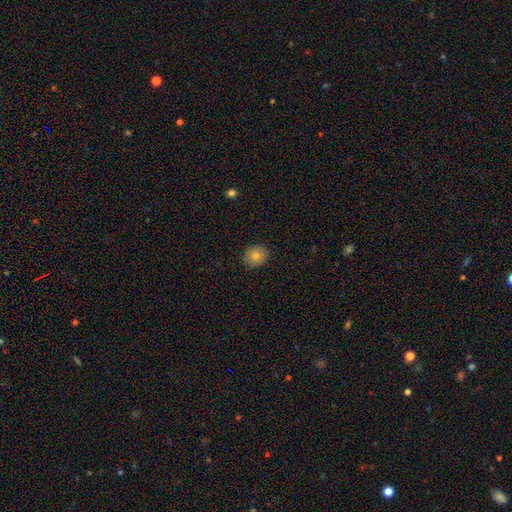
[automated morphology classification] Overall: smooth (79%). How rounded: round (81%). Merging: none (90%).